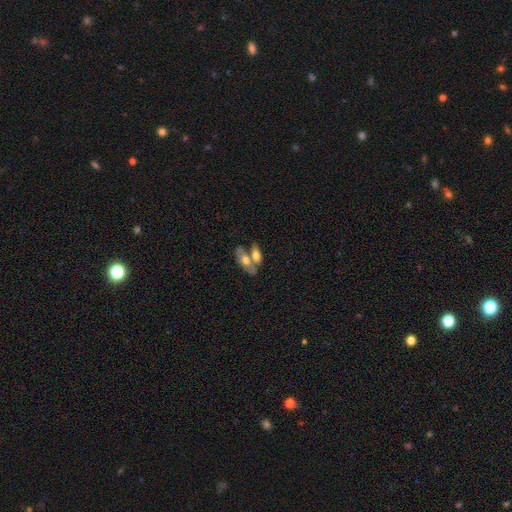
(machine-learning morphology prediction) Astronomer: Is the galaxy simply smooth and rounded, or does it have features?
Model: smooth — 60%.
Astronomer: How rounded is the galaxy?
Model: in between — 78%.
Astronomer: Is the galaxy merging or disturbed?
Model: merger — 54% (runner-up: none, 33%).